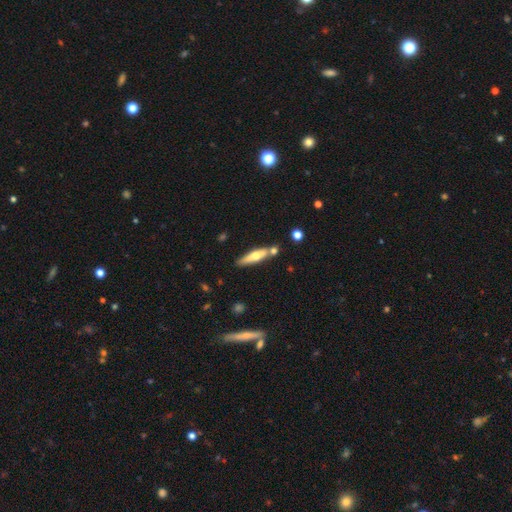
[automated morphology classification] smooth 50%, featured or disk 43%, star or artifact 6%. Down the decision tree: how rounded — cigar-shaped (75%); merging — none (69%).